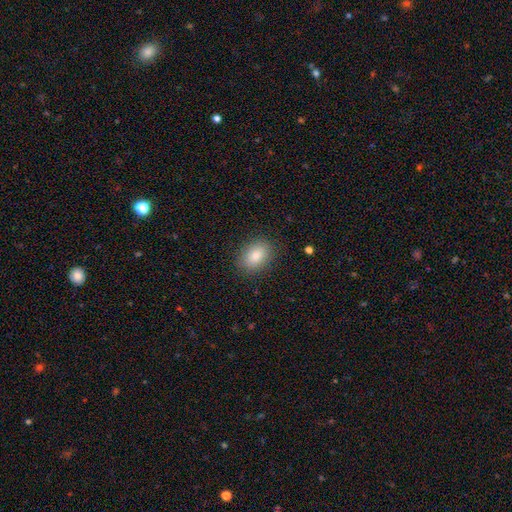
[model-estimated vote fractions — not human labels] A smooth galaxy with no disk features (83%) that is in between round and cigar-shaped (75%). Merging: none (87%).